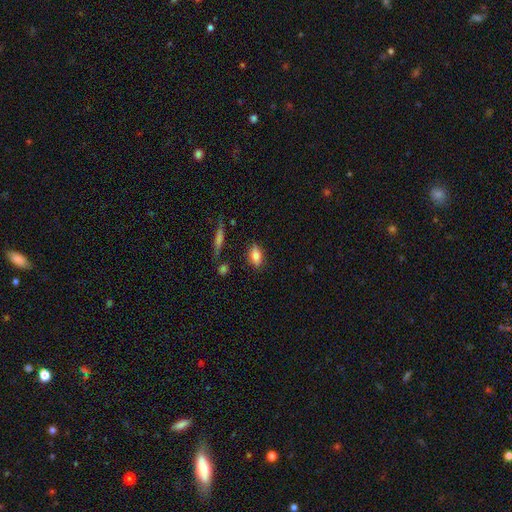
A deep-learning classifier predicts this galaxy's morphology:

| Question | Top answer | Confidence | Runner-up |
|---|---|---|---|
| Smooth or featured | smooth | 76% | featured or disk (15%) |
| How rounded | in between | 82% | cigar-shaped (11%) |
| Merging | none | 80% | minor disturbance (14%) |